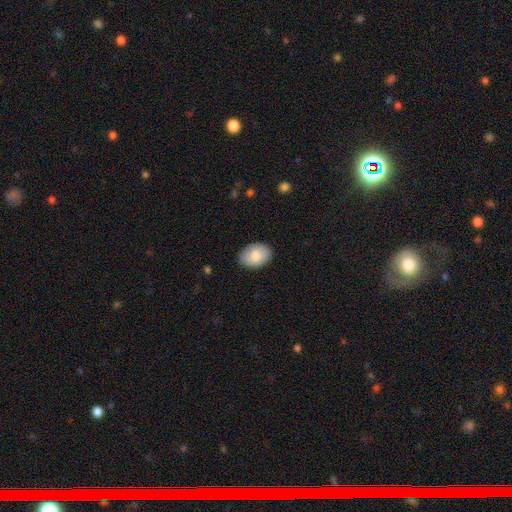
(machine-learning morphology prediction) Smooth or featured?
  - smooth: 84% *
  - featured or disk: 10%
  - star or artifact: 6%
How rounded?
  - in between: 83% *
  - round: 16%
  - cigar-shaped: 1%
Merging?
  - none: 87% *
  - minor disturbance: 10%
  - major disturbance: 2%
  - merger: 1%